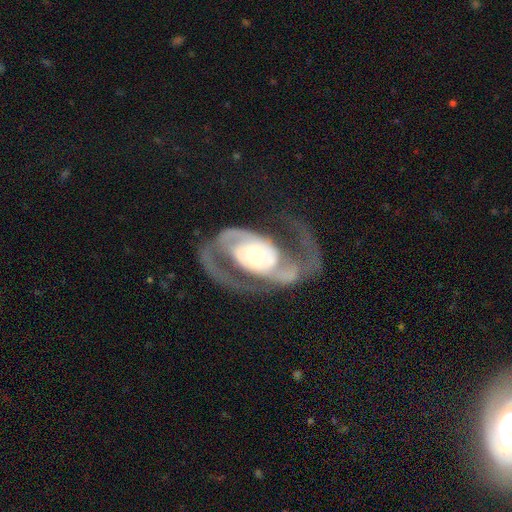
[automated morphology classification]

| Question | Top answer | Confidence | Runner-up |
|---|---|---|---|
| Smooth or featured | featured or disk | 89% | smooth (7%) |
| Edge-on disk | no | 96% | yes (4%) |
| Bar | no | 53% | weak (30%) |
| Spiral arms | yes | 93% | no (7%) |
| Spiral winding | medium | 48% | tight (26%) |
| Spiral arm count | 2 | 85% | 1 (5%) |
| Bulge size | moderate | 57% | small (24%) |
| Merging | none | 50% | major disturbance (31%) |